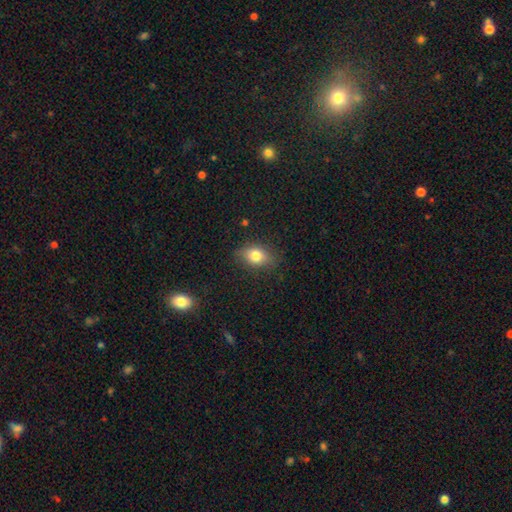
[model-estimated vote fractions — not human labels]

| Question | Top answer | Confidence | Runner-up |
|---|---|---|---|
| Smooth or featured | smooth | 78% | featured or disk (12%) |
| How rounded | in between | 74% | round (24%) |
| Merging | none | 81% | minor disturbance (14%) |